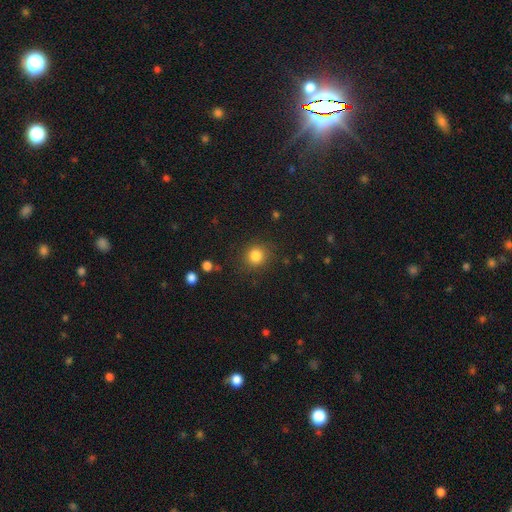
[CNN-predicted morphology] Overall: smooth (83%). How rounded: round (84%). Merging: none (85%).